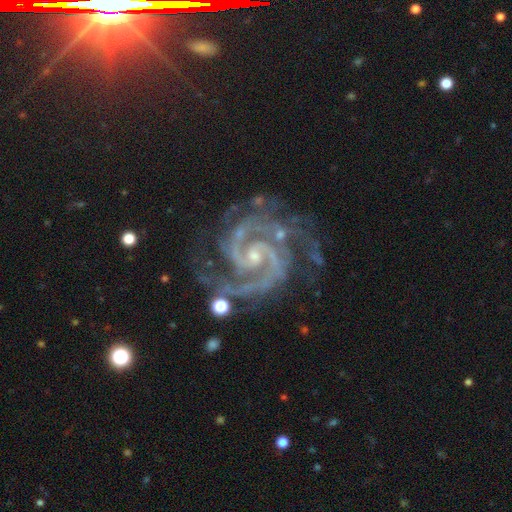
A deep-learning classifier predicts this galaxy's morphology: This appears to be a featured or disk galaxy (93%) with no bar (45%), 2 (81%) tight (54%) spiral arms (99%) and a small central bulge (75%). Merging: none (68%).